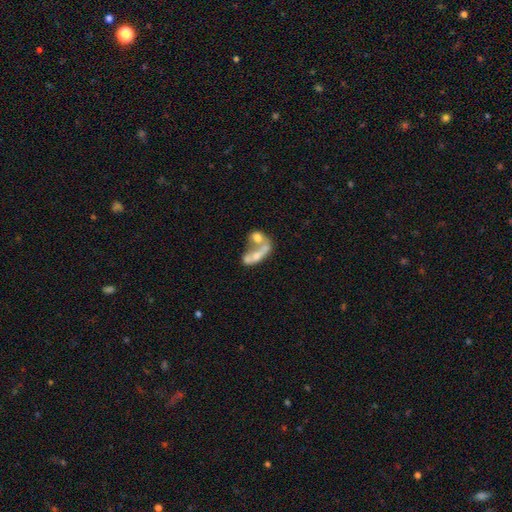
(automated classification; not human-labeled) Smooth or featured: smooth — 45% (featured or disk — 44%)
Merging: merger — 64% (none — 15%)